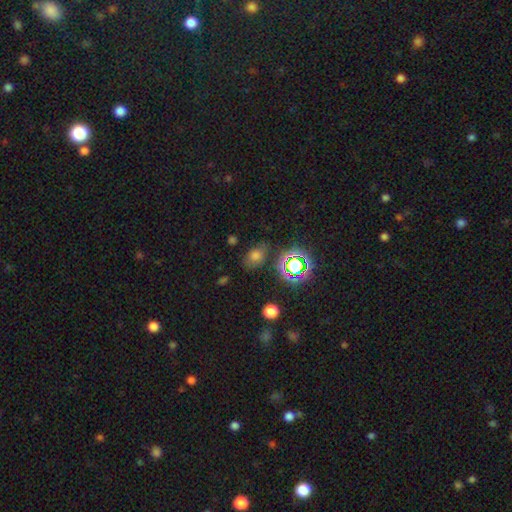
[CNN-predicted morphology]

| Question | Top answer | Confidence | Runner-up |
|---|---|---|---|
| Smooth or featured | smooth | 60% | star or artifact (30%) |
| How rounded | in between | 67% | round (31%) |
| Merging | none | 74% | minor disturbance (17%) |